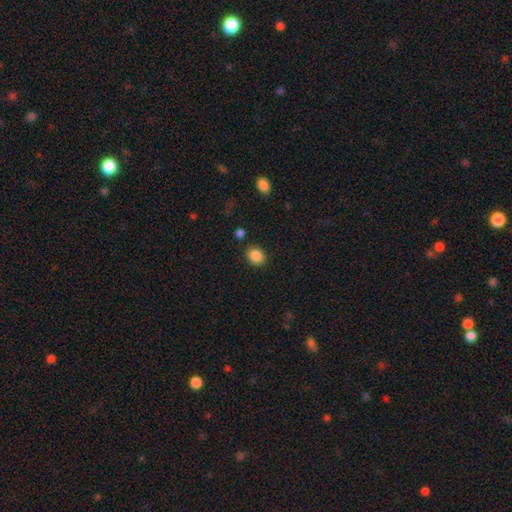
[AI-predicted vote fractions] Smooth or featured? Predicted: smooth (p=0.87). How rounded? Predicted: round (p=0.67). Merging? Predicted: none (p=0.86).